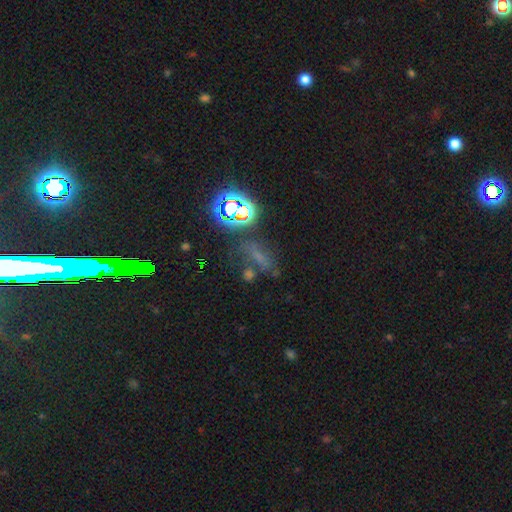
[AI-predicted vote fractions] A star or artifact, not a galaxy (55%).